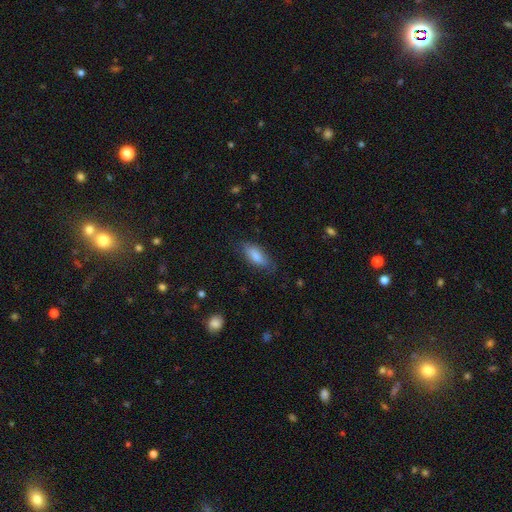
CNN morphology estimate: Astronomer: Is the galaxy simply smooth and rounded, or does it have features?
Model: smooth — 76%.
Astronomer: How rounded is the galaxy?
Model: in between — 69%.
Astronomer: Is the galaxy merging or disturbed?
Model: none — 79%.